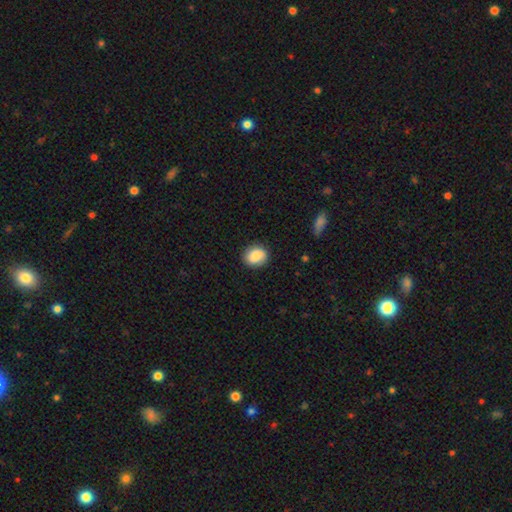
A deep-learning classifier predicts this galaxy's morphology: This is clearly a smooth galaxy (87%). How rounded: possibly round (55%). Merging: clearly none (86%).